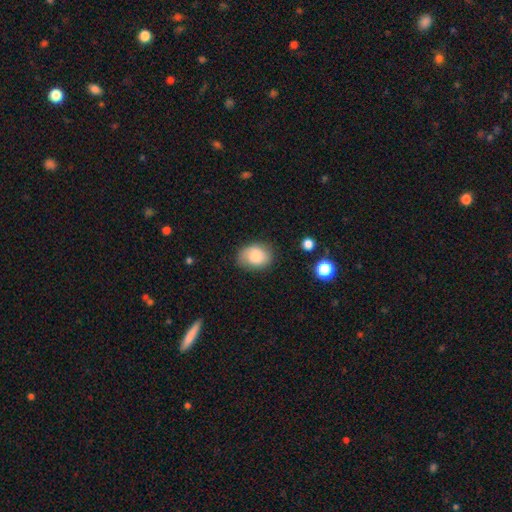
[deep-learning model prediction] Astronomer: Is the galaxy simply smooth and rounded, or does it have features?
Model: smooth — 78%.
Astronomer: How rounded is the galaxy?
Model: in between — 69%.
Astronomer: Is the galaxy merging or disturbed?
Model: none — 73%.